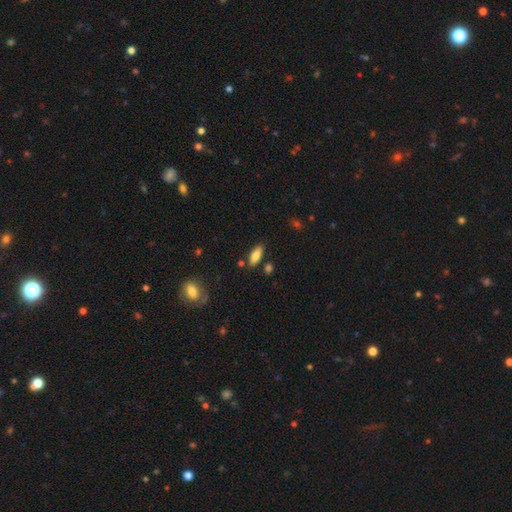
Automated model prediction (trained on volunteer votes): Q: Smooth or featured?
A: smooth (81%); runner-up: featured or disk (12%)
Q: How rounded?
A: in between (80%); runner-up: cigar-shaped (18%)
Q: Merging?
A: none (80%); runner-up: minor disturbance (12%)